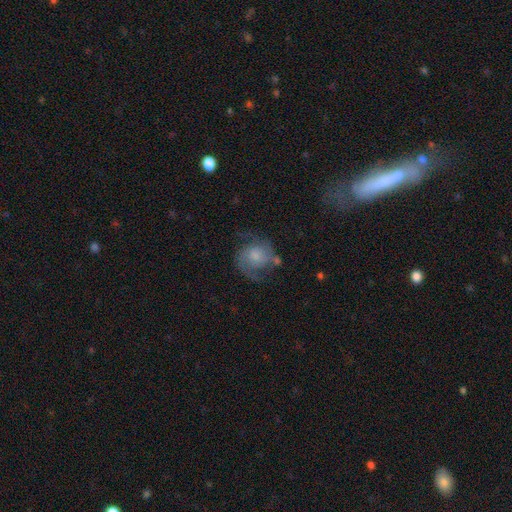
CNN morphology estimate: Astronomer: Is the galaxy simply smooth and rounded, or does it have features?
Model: featured or disk — 75%.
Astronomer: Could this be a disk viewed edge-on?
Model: no — 98%.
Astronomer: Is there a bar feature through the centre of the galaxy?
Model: no — 67%.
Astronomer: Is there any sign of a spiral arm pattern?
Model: yes — 93%.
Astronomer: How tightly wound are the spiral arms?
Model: medium — 50% (runner-up: loose, 28%).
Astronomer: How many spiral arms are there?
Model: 2 — 88%.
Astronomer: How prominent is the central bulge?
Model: moderate — 35% (runner-up: small, 33%).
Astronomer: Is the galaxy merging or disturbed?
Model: none — 62%.